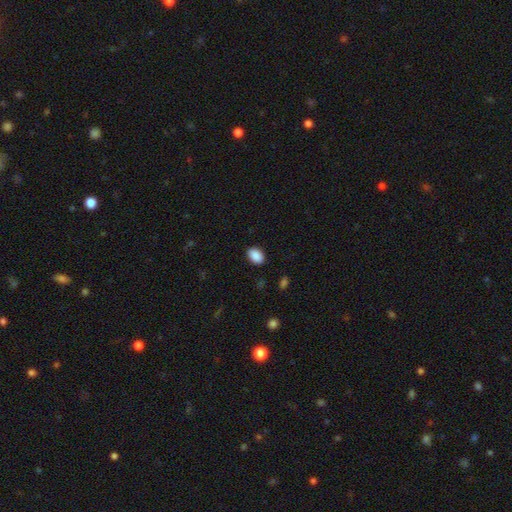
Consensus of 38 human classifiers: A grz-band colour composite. It shows a smooth galaxy with no disk features (89%) that is in between round and cigar-shaped (97%). Merging: none (89%).